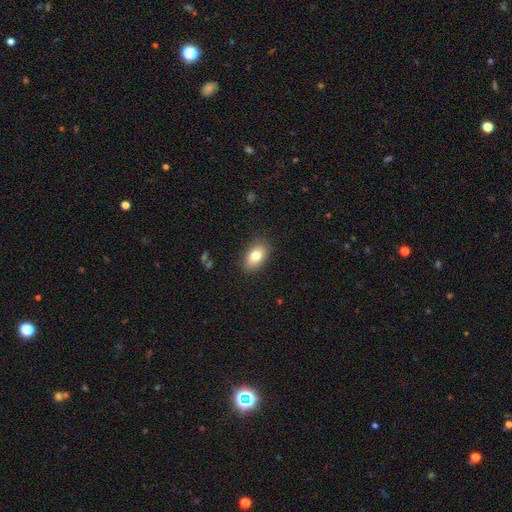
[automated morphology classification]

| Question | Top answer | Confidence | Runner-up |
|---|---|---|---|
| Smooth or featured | smooth | 79% | featured or disk (12%) |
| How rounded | in between | 87% | round (12%) |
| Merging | none | 86% | minor disturbance (10%) |